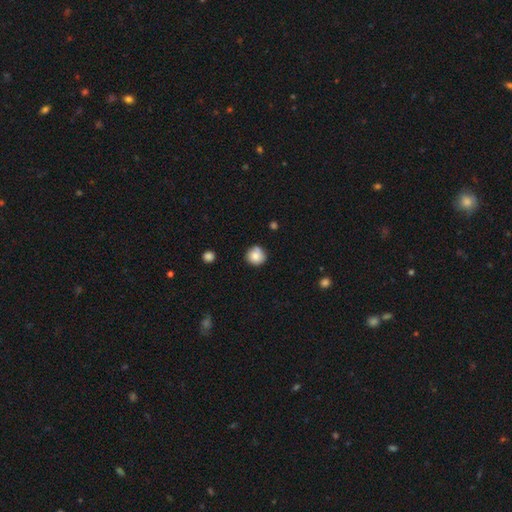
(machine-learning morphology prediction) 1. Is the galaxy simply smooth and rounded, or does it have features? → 83% smooth, 9% star or artifact, 8% featured or disk.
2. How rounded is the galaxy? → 91% round, 8% in between, 1% cigar-shaped.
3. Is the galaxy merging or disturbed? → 76% none, 18% minor disturbance, 3% major disturbance, 3% merger.